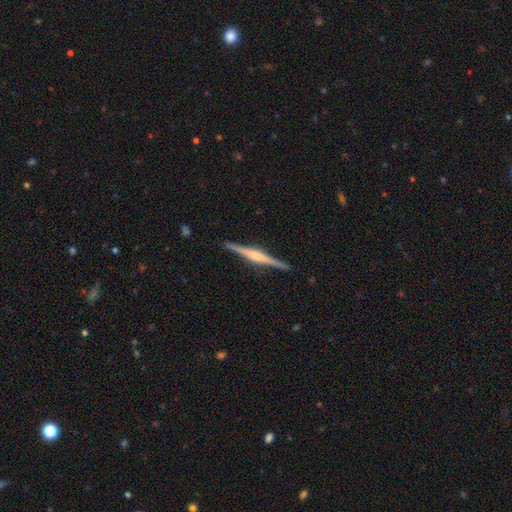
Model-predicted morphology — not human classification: A featured or disk galaxy (80%) viewed edge-on (99%) with a rounded central bulge (69%).

Vote fractions:
- Smooth or featured? featured or disk: 80% / smooth: 15% / star or artifact: 5%
- Edge-on disk? yes: 99% / no: 1%
- Edge-on bulge? rounded: 69% / boxy: 20% / none: 11%
- Merging? none: 91% / minor disturbance: 7% / major disturbance: 1% / merger: 1%